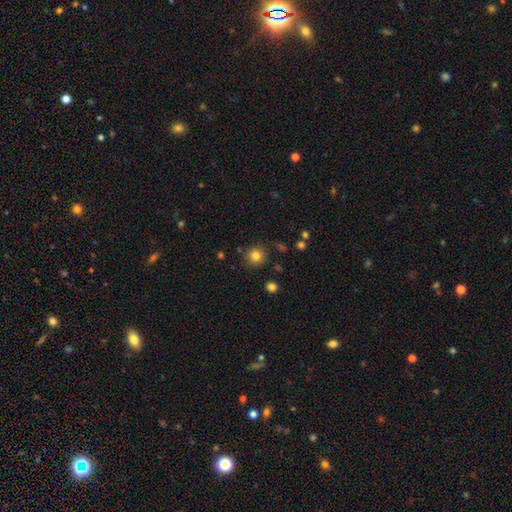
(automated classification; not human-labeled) Smooth or featured? smooth (82%)
How rounded? round (90%)
Merging? none (85%)